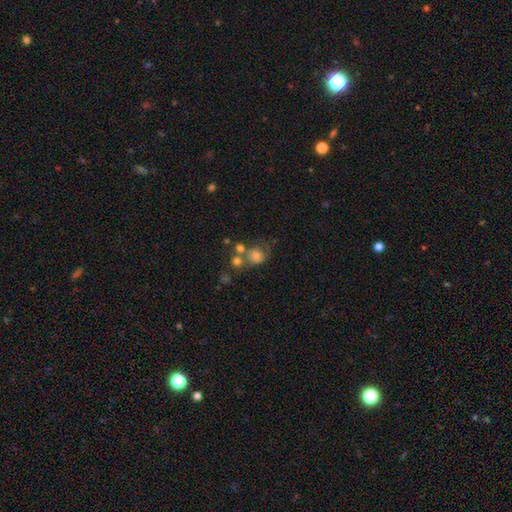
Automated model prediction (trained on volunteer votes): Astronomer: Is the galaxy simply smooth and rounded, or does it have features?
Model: smooth — 65%.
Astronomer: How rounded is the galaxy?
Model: round — 76%.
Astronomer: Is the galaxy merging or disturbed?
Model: none — 42% (runner-up: merger, 32%).